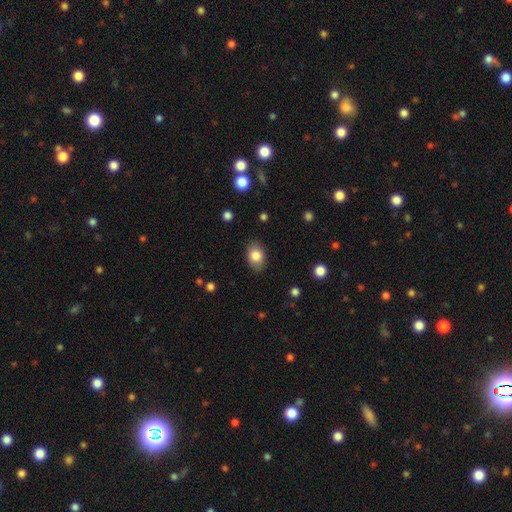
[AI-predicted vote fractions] Smooth or featured? Predicted: smooth (p=0.83). How rounded? Predicted: in between (p=0.74). Merging? Predicted: none (p=0.84).